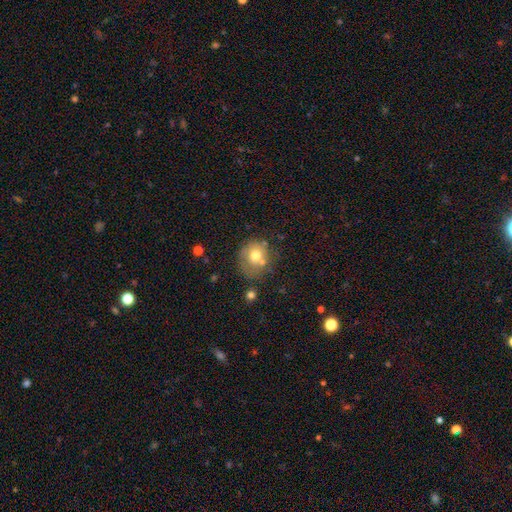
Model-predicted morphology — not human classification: smooth_or_featured: smooth (p=0.69) [alt: featured or disk p=0.20]
how_rounded: round (p=0.75) [alt: in between p=0.24]
merging: none (p=0.50) [alt: minor disturbance p=0.22]